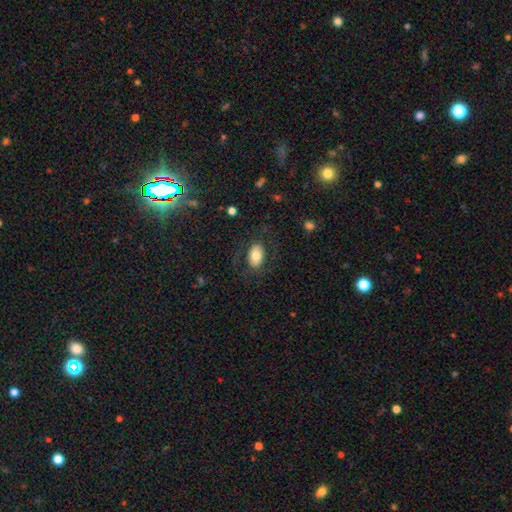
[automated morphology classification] smooth-or-featured: smooth: 75% | featured or disk: 17% | star or artifact: 7%
  how-rounded: in between: 89% | round: 10% | cigar-shaped: 1%
  merging: none: 78% | minor disturbance: 12% | major disturbance: 9% | merger: 1%